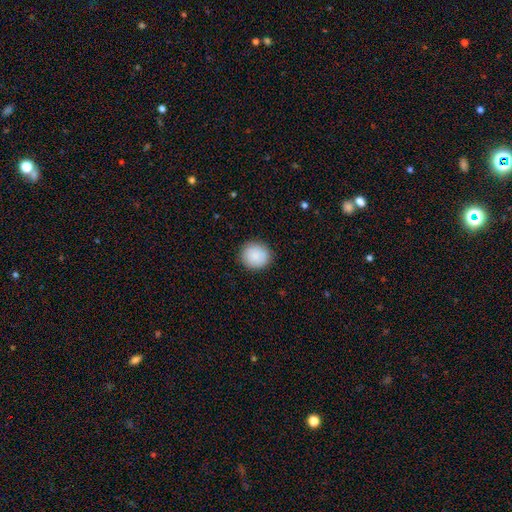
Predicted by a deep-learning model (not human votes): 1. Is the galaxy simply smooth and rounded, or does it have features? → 89% smooth, 7% star or artifact, 4% featured or disk.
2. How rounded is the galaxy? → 87% round, 12% in between, 1% cigar-shaped.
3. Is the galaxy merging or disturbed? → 90% none, 7% minor disturbance, 2% major disturbance, 1% merger.